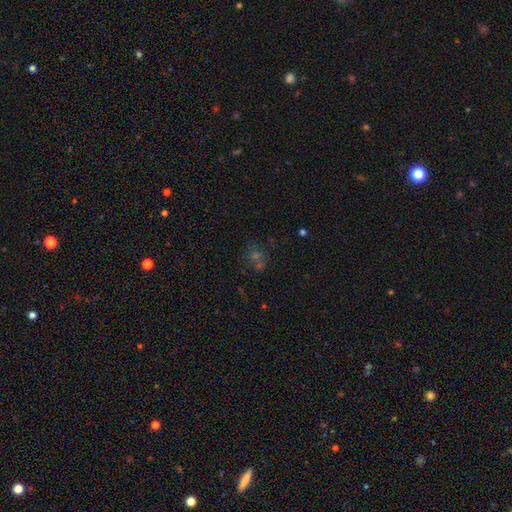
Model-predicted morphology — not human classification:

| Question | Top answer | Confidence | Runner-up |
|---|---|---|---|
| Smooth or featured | star or artifact | 42% | smooth (38%) |